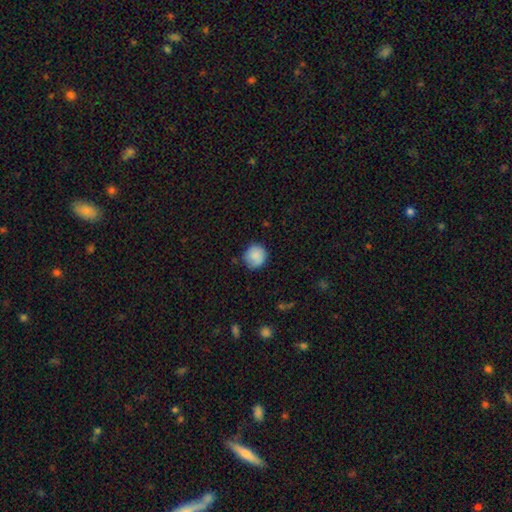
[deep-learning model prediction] Overall: smooth (85%). How rounded: round (89%). Merging: none (76%).